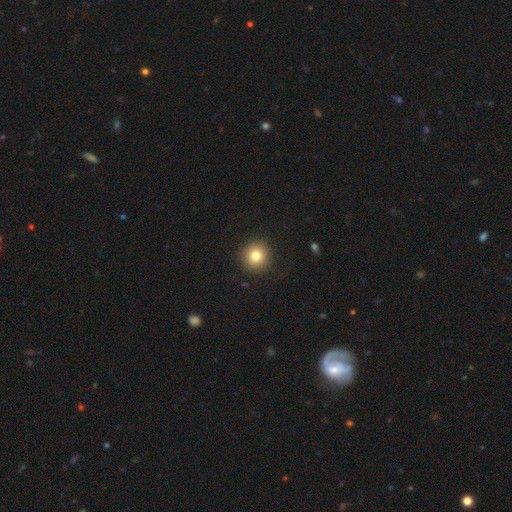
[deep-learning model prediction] A smooth galaxy with no disk features (81%) that is round (92%). Merging: none (91%).